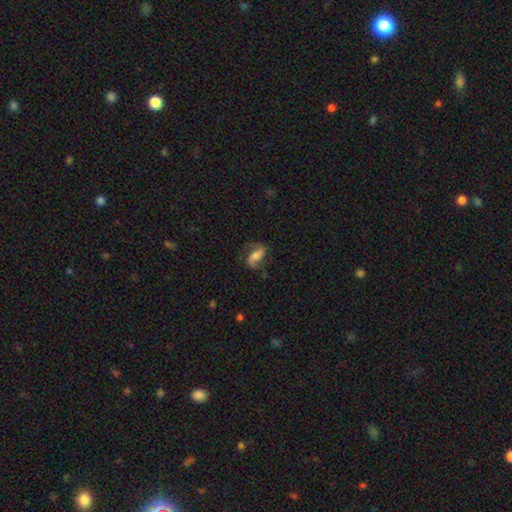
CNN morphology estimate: Overall: featured or disk (63%; smooth 28%). Edge-on disk: no (95%). Bar: weak (37%, tied with no). Spiral arms: yes (92%). Spiral arm count: 2 (87%). Spiral winding: loose (46%; medium 40%). Bulge size: moderate (41%; small 23%). Merging: none (66%).